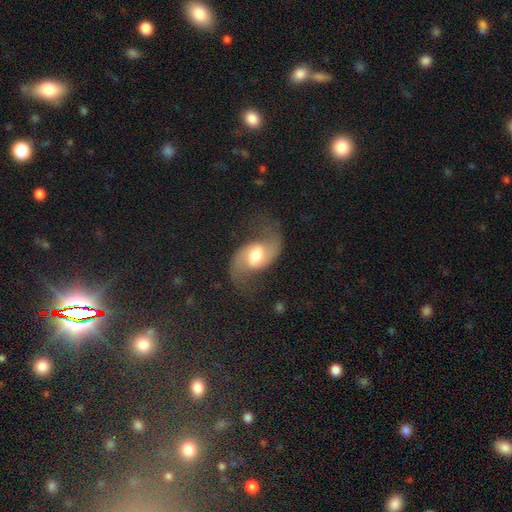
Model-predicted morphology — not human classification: Overall: featured or disk (84%). Edge-on disk: no (97%). Bar: weak (43%; no 39%). Spiral arms: yes (95%). Spiral arm count: 2 (94%). Spiral winding: loose (66%; medium 28%). Bulge size: moderate (56%; large 32%). Merging: none (67%).